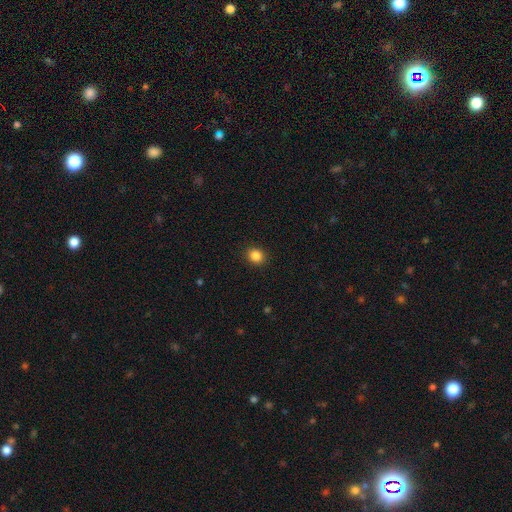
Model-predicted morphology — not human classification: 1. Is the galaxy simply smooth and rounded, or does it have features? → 86% smooth, 11% star or artifact, 4% featured or disk.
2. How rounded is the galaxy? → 73% round, 26% in between, 1% cigar-shaped.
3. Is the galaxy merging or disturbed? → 91% none, 6% minor disturbance, 2% major disturbance, 1% merger.